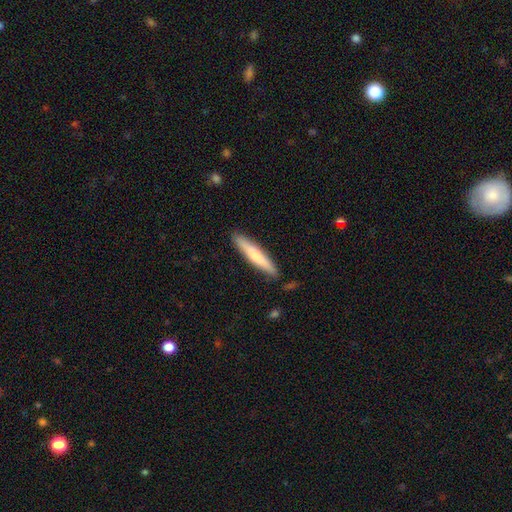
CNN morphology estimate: Smooth or featured? Predicted: smooth (p=0.66). How rounded? Predicted: cigar-shaped (p=0.91). Merging? Predicted: none (p=0.87).